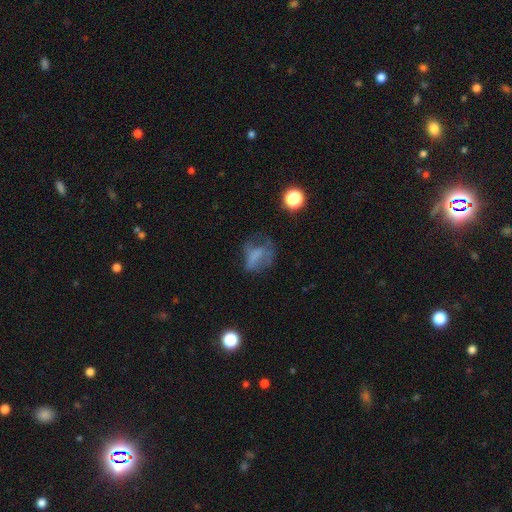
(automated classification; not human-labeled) A smooth galaxy with no disk features (46%). Merging: major disturbance (39%).